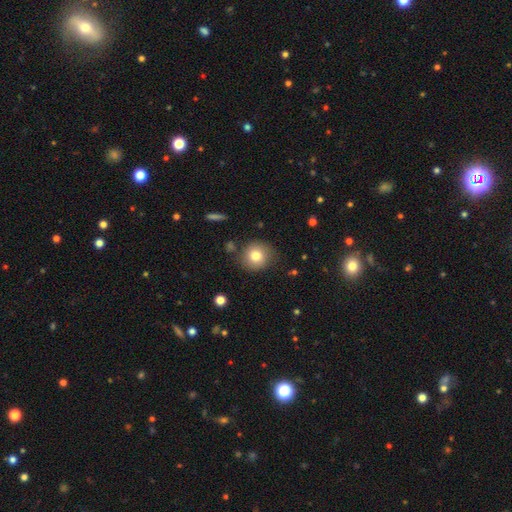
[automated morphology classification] A smooth galaxy with no disk features (78%) that is round (89%).

Vote fractions:
- Smooth or featured? smooth: 78% / featured or disk: 12% / star or artifact: 10%
- How rounded? round: 89% / in between: 10% / cigar-shaped: 1%
- Merging? none: 81% / minor disturbance: 12% / major disturbance: 4% / merger: 3%